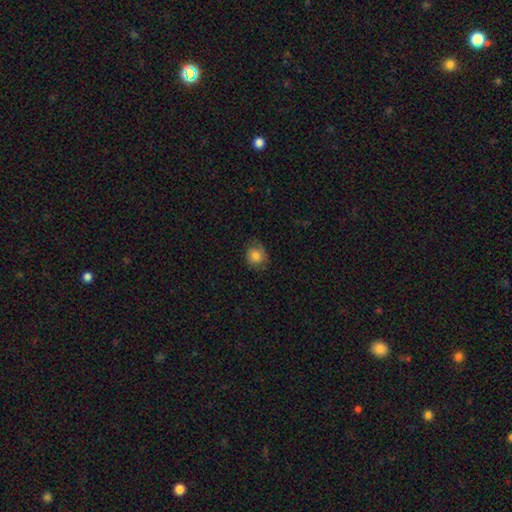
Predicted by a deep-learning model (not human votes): Q: Smooth or featured?
A: smooth (69%); runner-up: featured or disk (22%)
Q: How rounded?
A: round (72%); runner-up: in between (27%)
Q: Merging?
A: none (68%); runner-up: minor disturbance (23%)